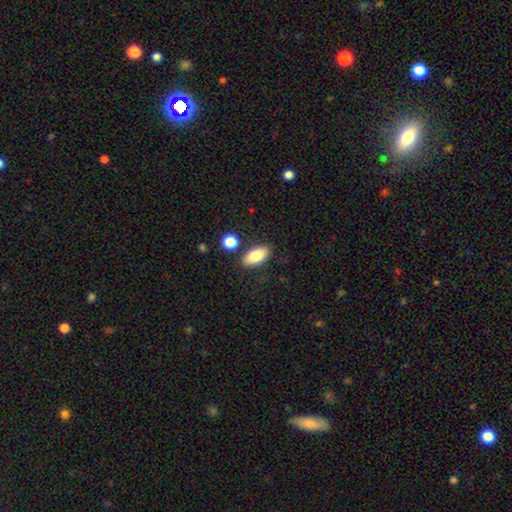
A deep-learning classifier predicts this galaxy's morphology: smooth-or-featured: smooth: 82% | featured or disk: 11% | star or artifact: 7%
  how-rounded: in between: 89% | cigar-shaped: 7% | round: 4%
  merging: none: 83% | minor disturbance: 10% | merger: 5% | major disturbance: 3%